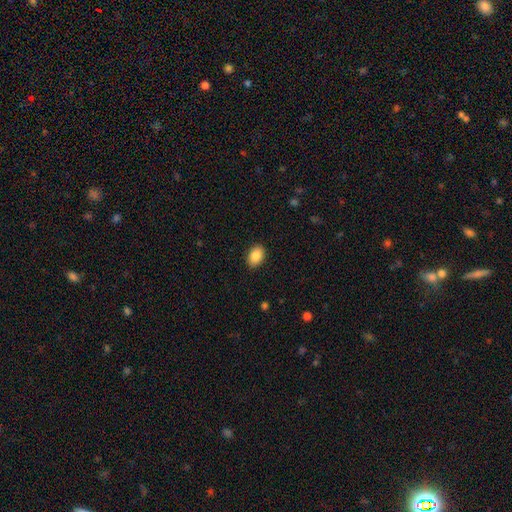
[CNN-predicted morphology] type=smooth (87%); roundness=in between (84%); merging=none (90%).